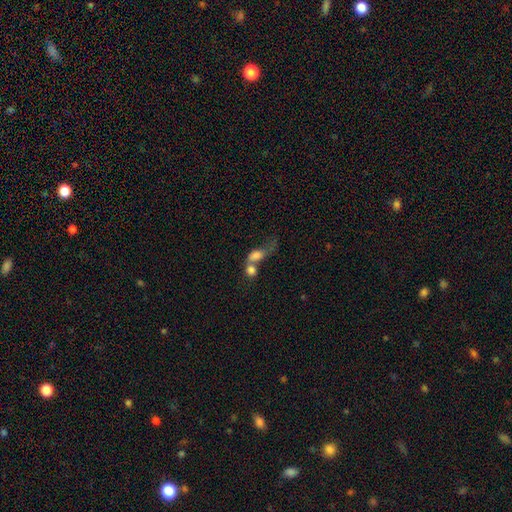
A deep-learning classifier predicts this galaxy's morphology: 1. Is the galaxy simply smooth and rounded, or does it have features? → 72% smooth, 18% featured or disk, 10% star or artifact.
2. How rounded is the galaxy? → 66% in between, 28% round, 7% cigar-shaped.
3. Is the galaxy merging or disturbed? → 67% merger, 14% major disturbance, 12% none, 7% minor disturbance.